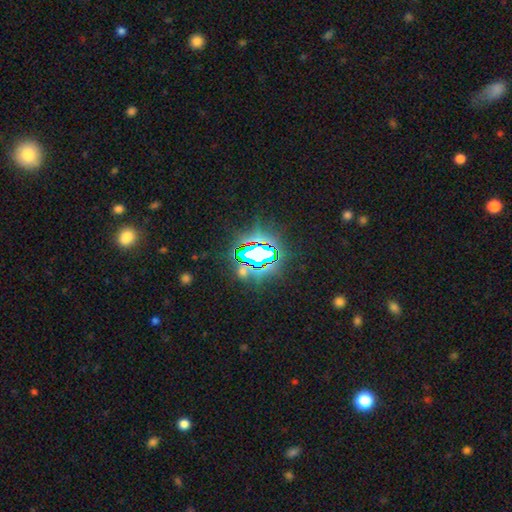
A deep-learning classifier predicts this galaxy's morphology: type=star or artifact (79%).